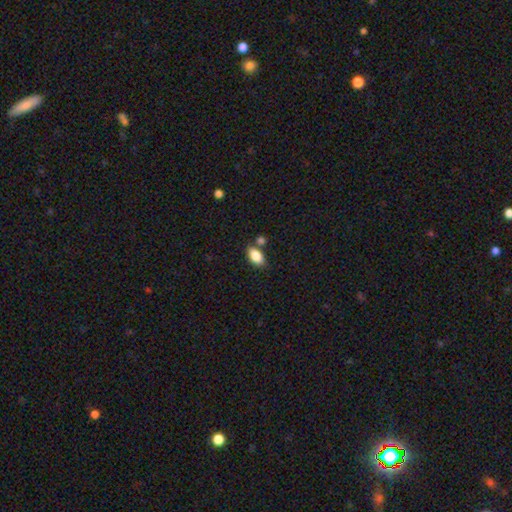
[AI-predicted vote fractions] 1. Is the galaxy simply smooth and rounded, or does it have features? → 87% smooth, 7% star or artifact, 6% featured or disk.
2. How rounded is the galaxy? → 92% in between, 5% round, 2% cigar-shaped.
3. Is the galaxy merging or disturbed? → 70% none, 15% merger, 12% minor disturbance, 3% major disturbance.